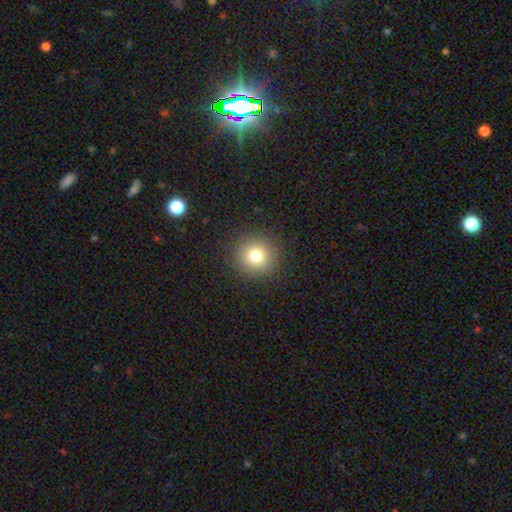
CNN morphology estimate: smooth-or-featured: smooth: 77% | star or artifact: 14% | featured or disk: 9%
  how-rounded: round: 94% | in between: 5% | cigar-shaped: 1%
  merging: none: 91% | minor disturbance: 6% | major disturbance: 3% | merger: 1%